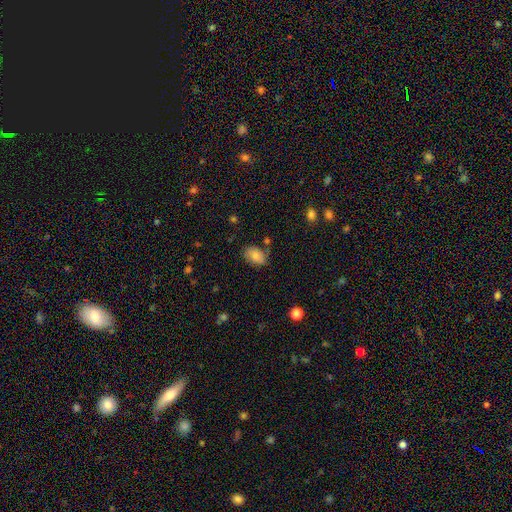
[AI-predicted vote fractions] smooth 78%, featured or disk 14%, star or artifact 8%. Down the decision tree: how rounded — in between (86%); merging — none (69%).